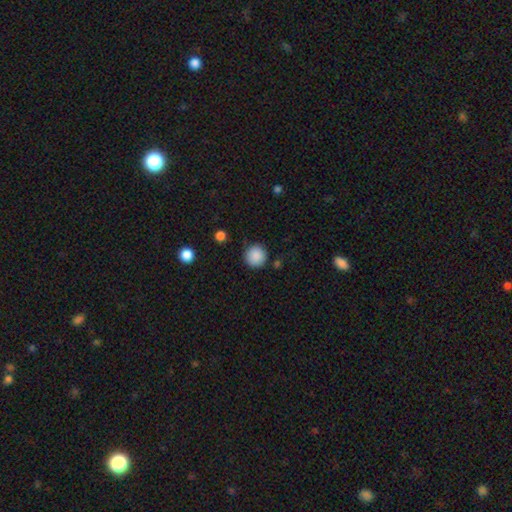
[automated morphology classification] Q: Smooth or featured?
A: smooth (88%); runner-up: star or artifact (8%)
Q: How rounded?
A: round (94%); runner-up: in between (5%)
Q: Merging?
A: none (87%); runner-up: minor disturbance (8%)